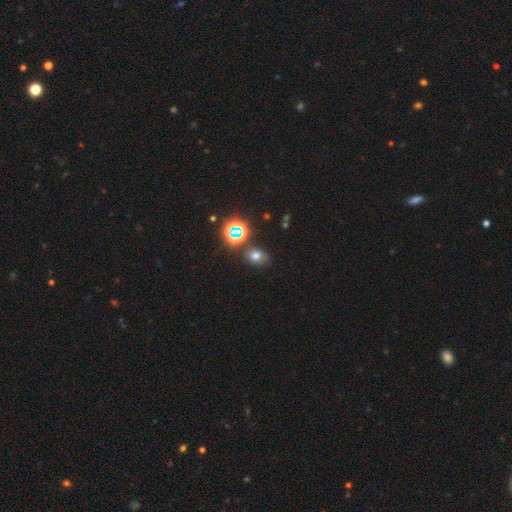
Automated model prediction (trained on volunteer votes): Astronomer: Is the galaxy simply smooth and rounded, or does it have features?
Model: smooth — 62%.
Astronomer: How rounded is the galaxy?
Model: in between — 57% (runner-up: round, 42%).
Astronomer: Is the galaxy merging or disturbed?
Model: none — 75%.